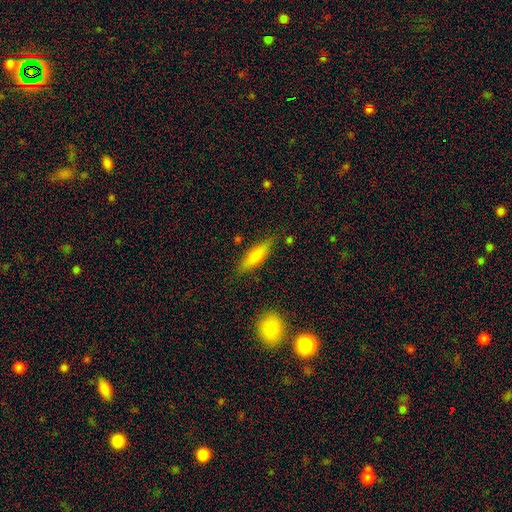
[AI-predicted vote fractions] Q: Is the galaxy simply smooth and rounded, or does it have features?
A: smooth — 66%.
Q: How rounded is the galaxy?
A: cigar-shaped — 62%.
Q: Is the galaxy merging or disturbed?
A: none — 82%.